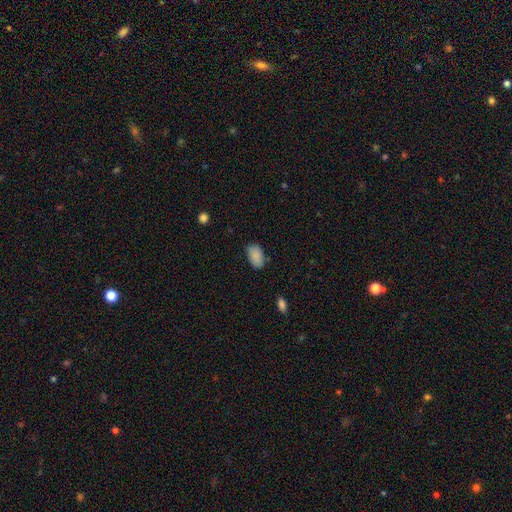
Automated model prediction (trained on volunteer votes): Overall: smooth (89%). How rounded: in between (92%). Merging: none (82%).